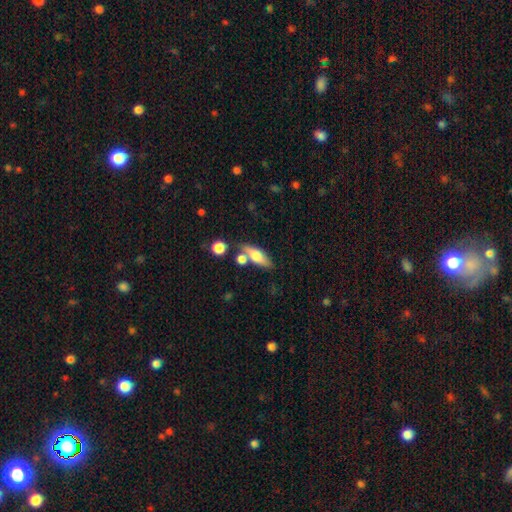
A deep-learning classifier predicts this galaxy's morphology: smooth-or-featured: smooth: 57% | featured or disk: 35% | star or artifact: 8%
  how-rounded: in between: 55% | cigar-shaped: 38% | round: 6%
  merging: none: 58% | merger: 22% | minor disturbance: 15% | major disturbance: 6%